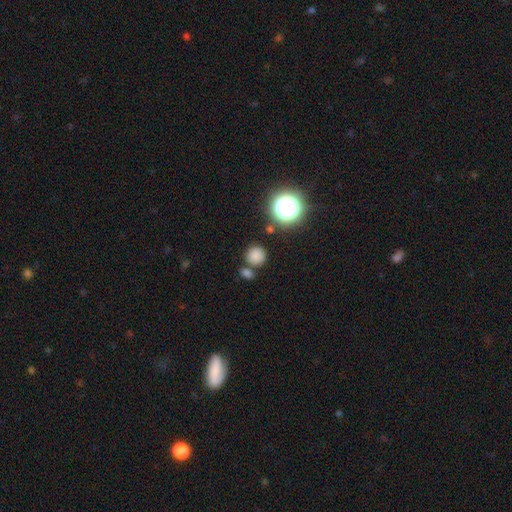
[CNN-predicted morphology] Smooth or featured: smooth — 79% (star or artifact — 15%)
How rounded: round — 92% (in between — 7%)
Merging: none — 76% (merger — 12%)